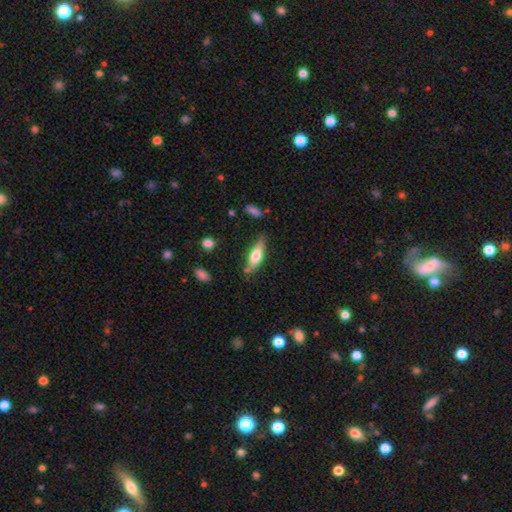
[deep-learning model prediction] A smooth galaxy with no disk features (60%) that is cigar-shaped (51%). Merging: none (69%).